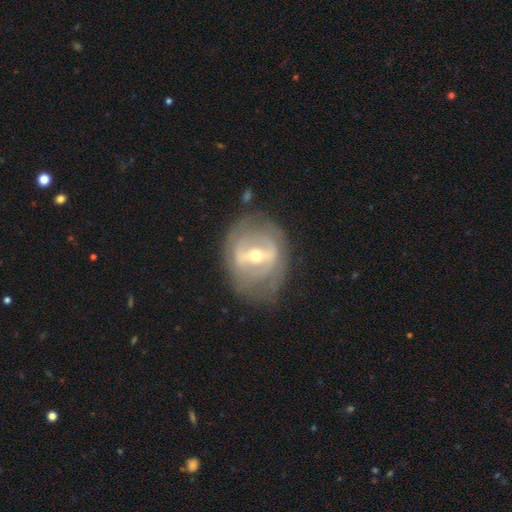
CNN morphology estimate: A featured or disk galaxy (81%) with a strong bar (62%), spiral arms (60%) and a moderate central bulge (57%).

Vote fractions:
- Smooth or featured? featured or disk: 81% / smooth: 13% / star or artifact: 6%
- Edge-on disk? no: 93% / yes: 7%
- Bar? strong: 62% / weak: 29% / no: 9%
- Spiral arms? yes: 60% / no: 40%
- Bulge size? moderate: 57% / small: 38% / large: 3% / none: 1% / dominant: 1%
- Merging? none: 70% / minor disturbance: 18% / major disturbance: 10% / merger: 2%